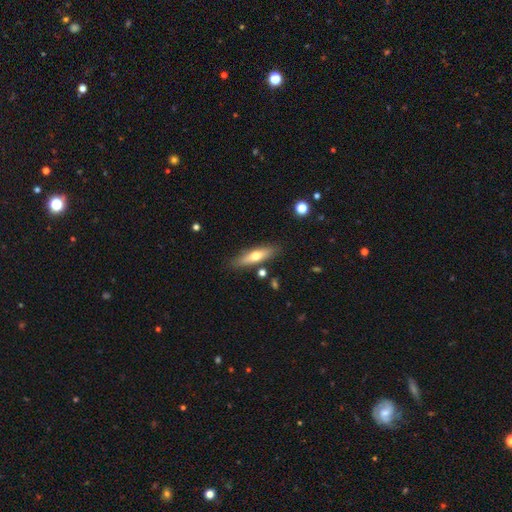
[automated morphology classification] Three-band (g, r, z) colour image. It shows a smooth galaxy with no disk features (54%) that is cigar-shaped (67%). Merging: none (83%).